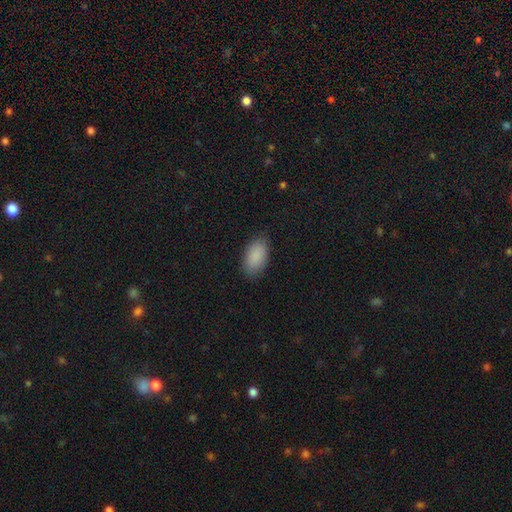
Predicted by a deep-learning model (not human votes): Overall: smooth (90%). How rounded: in between (94%). Merging: none (84%).